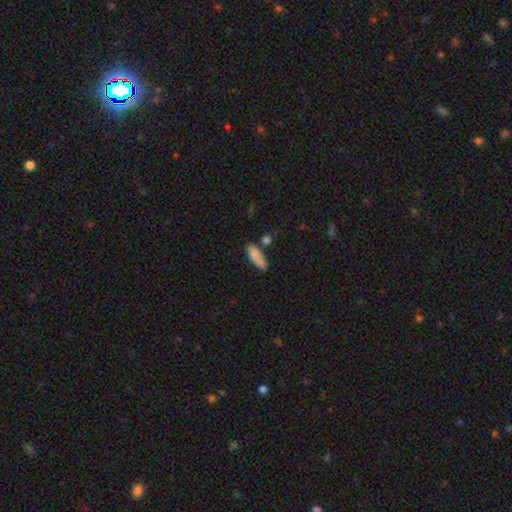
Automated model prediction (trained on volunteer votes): smooth 85%, featured or disk 8%, star or artifact 7%. Down the decision tree: how rounded — in between (64%); merging — none (64%).